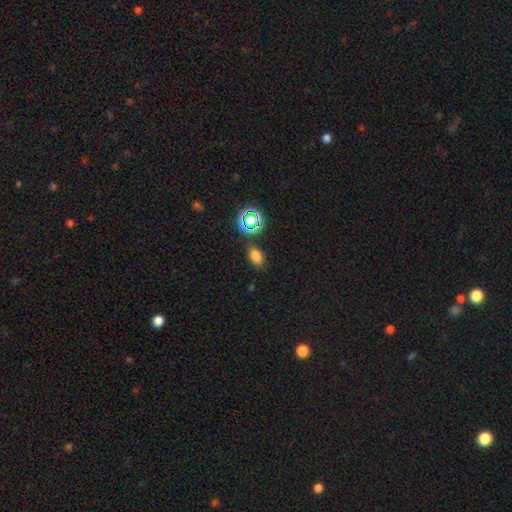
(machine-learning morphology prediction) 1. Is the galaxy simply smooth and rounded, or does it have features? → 75% smooth, 20% star or artifact, 6% featured or disk.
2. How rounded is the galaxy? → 82% in between, 15% round, 2% cigar-shaped.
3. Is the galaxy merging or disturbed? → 81% none, 12% minor disturbance, 4% merger, 3% major disturbance.